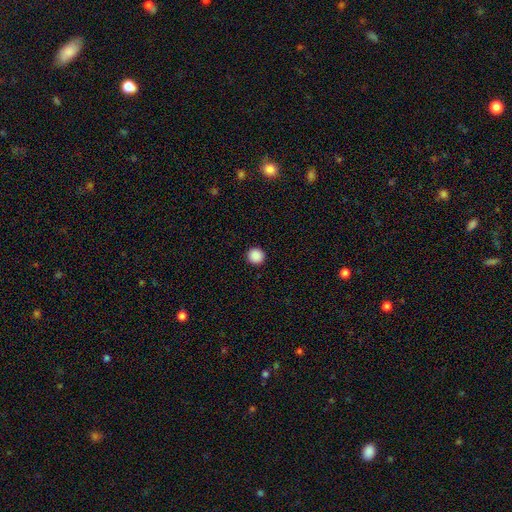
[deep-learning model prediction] smooth_or_featured: smooth (p=0.89) [alt: star or artifact p=0.09]
how_rounded: round (p=0.96) [alt: in between p=0.03]
merging: none (p=0.94) [alt: minor disturbance p=0.04]